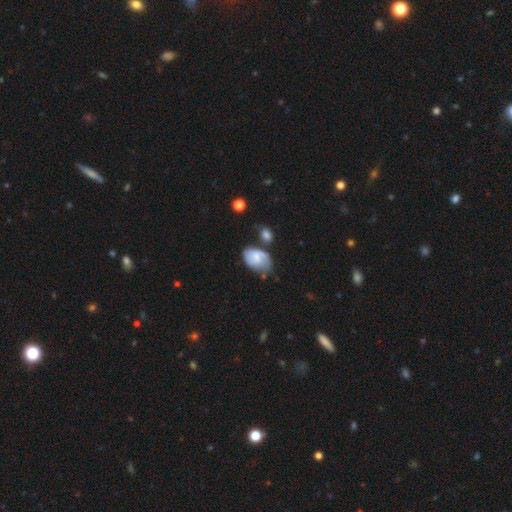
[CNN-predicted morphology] Smooth or featured? Predicted: smooth (p=0.55). How rounded? Predicted: in between (p=0.84). Merging? Predicted: none (p=0.42).